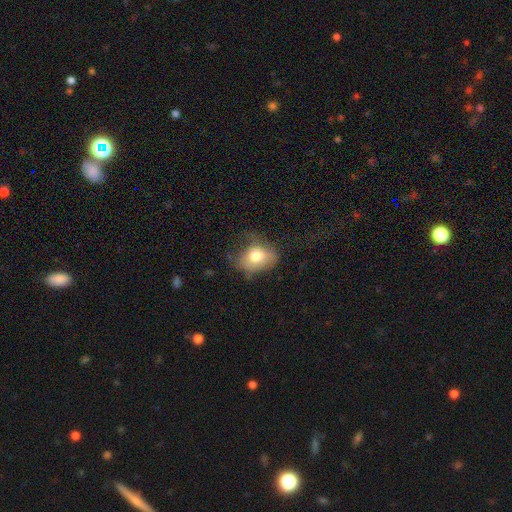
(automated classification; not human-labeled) Q: Smooth or featured?
A: smooth (71%); runner-up: featured or disk (20%)
Q: How rounded?
A: in between (64%); runner-up: round (35%)
Q: Merging?
A: none (43%); runner-up: minor disturbance (32%)